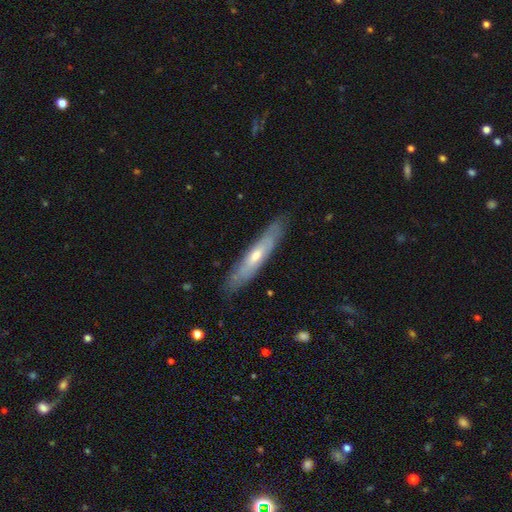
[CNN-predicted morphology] smooth-or-featured: featured or disk: 50% | smooth: 44% | star or artifact: 6%
  disk-edge-on: yes: 66% | no: 34%
  merging: none: 84% | minor disturbance: 13% | major disturbance: 3% | merger: 1%